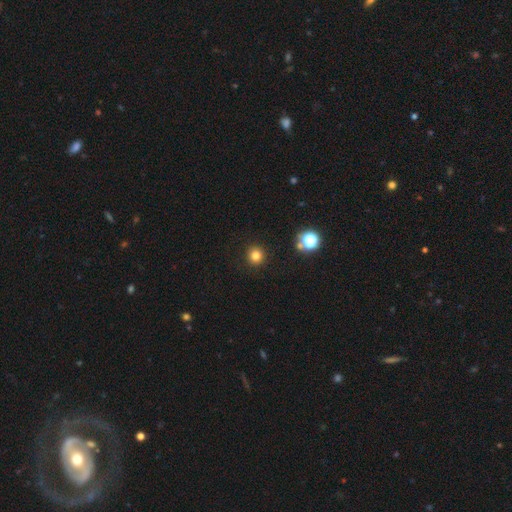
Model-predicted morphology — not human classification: type=smooth (80%); roundness=round (95%); merging=none (92%).